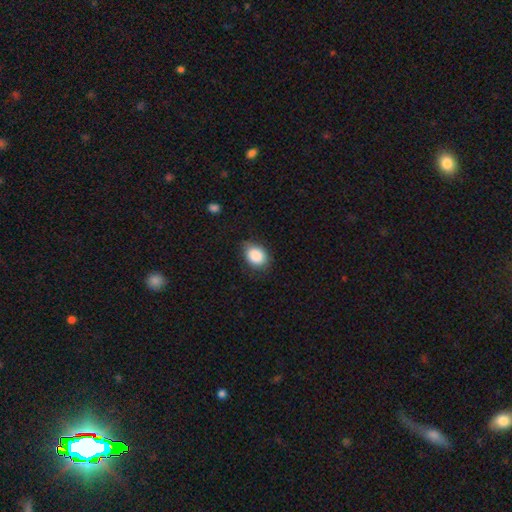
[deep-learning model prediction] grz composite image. It shows a smooth galaxy with no disk features (87%) that is in between round and cigar-shaped (60%). Merging: none (74%).